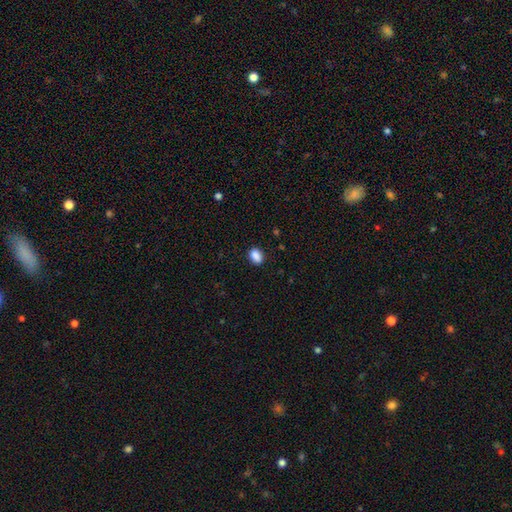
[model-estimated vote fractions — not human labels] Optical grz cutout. It shows a smooth galaxy with no disk features (88%) that is in between round and cigar-shaped (79%). Merging: none (84%).